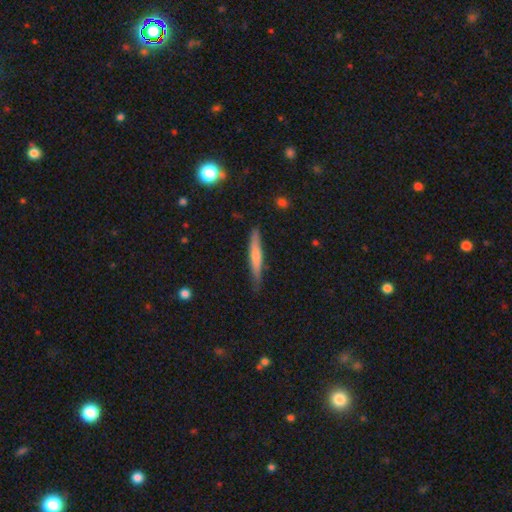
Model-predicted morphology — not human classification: smooth 53%, featured or disk 41%, star or artifact 6%. Down the decision tree: how rounded — cigar-shaped (93%); merging — none (84%).